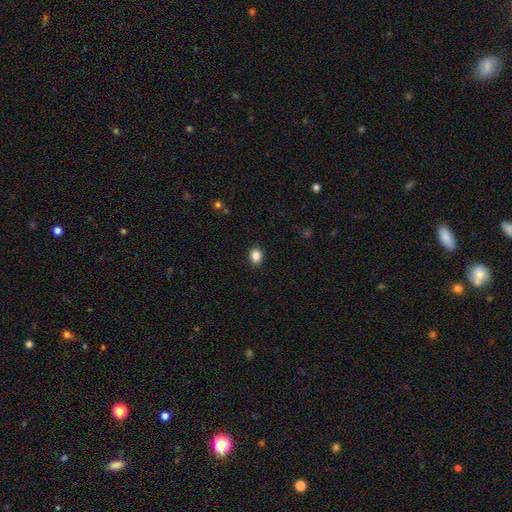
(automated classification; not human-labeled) Morphology: type=smooth (86%); roundness=round (57%); merging=none (90%).